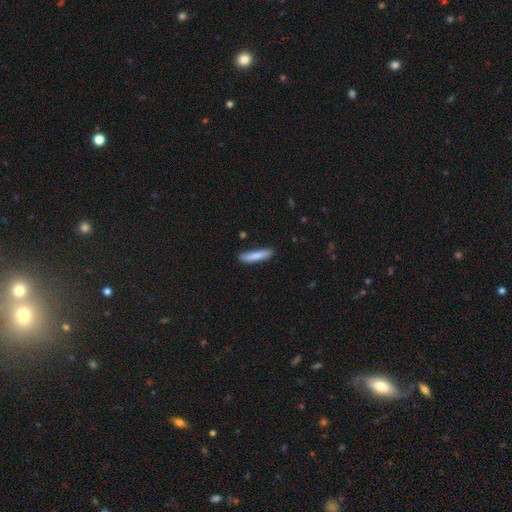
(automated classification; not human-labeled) Overall: smooth (83%). How rounded: cigar-shaped (87%). Merging: none (86%).